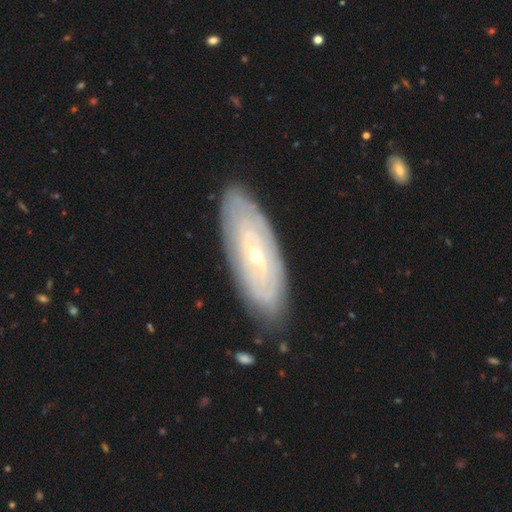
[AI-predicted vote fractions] This is likely a featured or disk galaxy (79%). It is clearly not viewed edge-on (87%). Bar: possibly no (59%). Spiral arm pattern: likely yes (79%). Spiral arm count: likely can't tell (66%). Spiral winding: clearly tight (81%). Central bulge: likely small (69%). Merging: clearly none (84%).